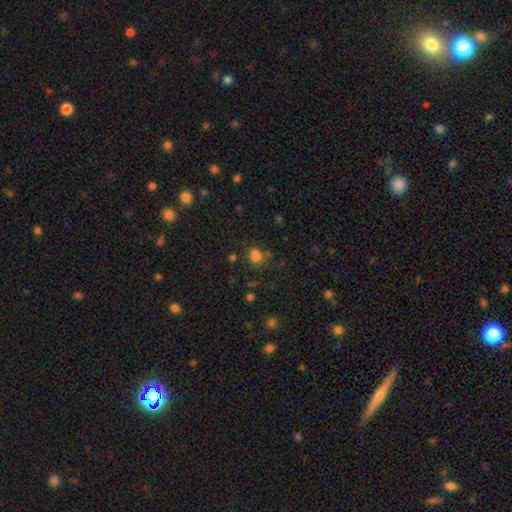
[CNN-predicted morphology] type=smooth (75%); roundness=round (61%); merging=none (69%).